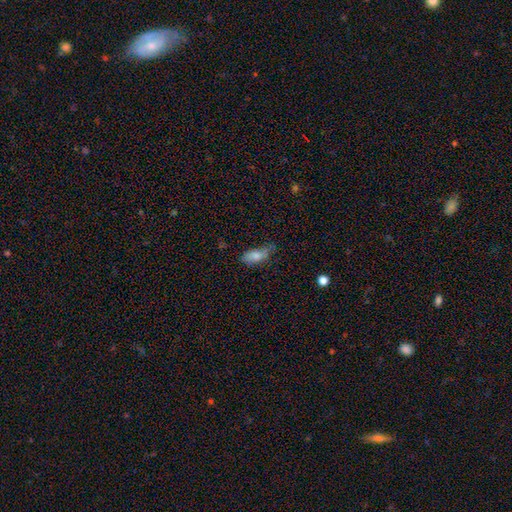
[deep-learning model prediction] smooth-or-featured: smooth: 79% | featured or disk: 13% | star or artifact: 8%
  how-rounded: in between: 87% | cigar-shaped: 10% | round: 3%
  merging: none: 48% | minor disturbance: 37% | major disturbance: 12% | merger: 3%